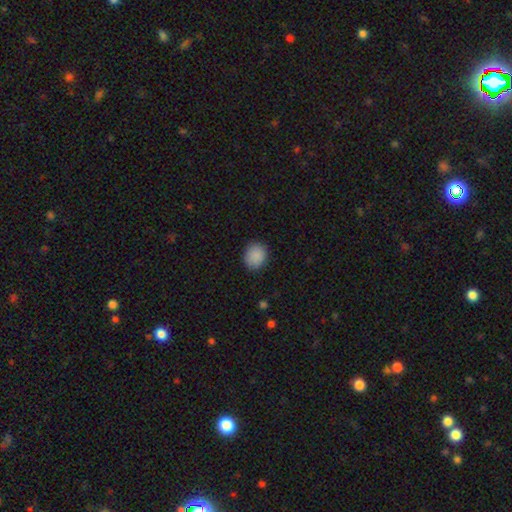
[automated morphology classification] smooth_or_featured: smooth (p=0.88) [alt: star or artifact p=0.08]
how_rounded: round (p=0.65) [alt: in between p=0.35]
merging: none (p=0.86) [alt: minor disturbance p=0.11]